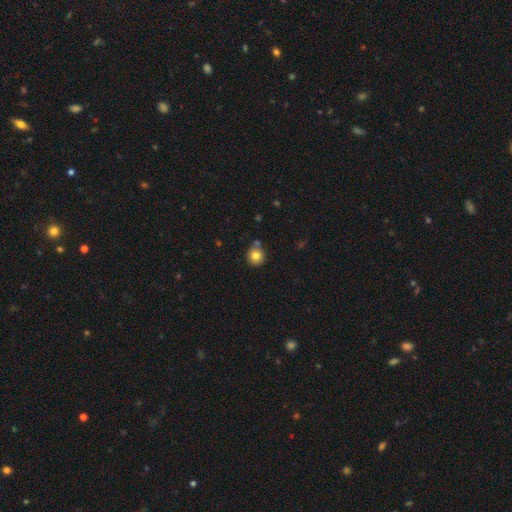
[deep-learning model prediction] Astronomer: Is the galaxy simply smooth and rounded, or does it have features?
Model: smooth — 80%.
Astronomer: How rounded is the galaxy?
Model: round — 90%.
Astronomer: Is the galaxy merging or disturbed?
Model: none — 75%.